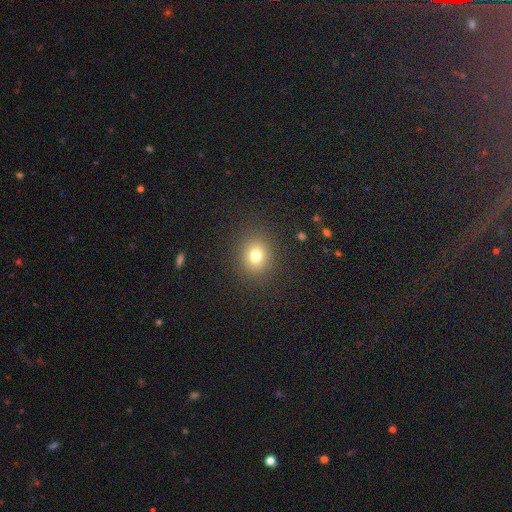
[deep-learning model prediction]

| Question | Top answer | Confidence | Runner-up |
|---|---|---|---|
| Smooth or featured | smooth | 76% | star or artifact (15%) |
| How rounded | round | 77% | in between (22%) |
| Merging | none | 88% | minor disturbance (7%) |